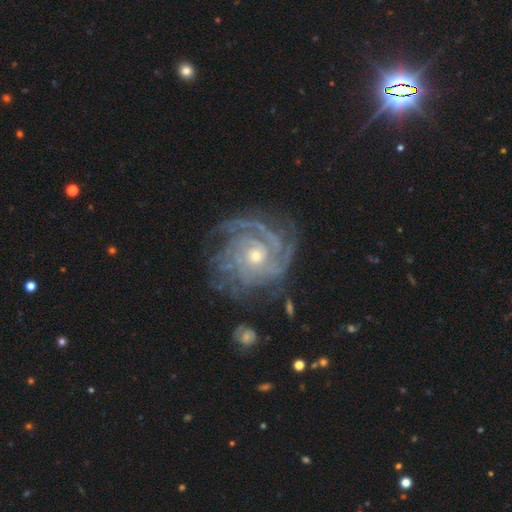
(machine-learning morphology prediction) A featured or disk galaxy (91%) with no bar (74%), 3 (26%) tight (78%) spiral arms (98%) and a small central bulge (50%). Merging: none (72%).